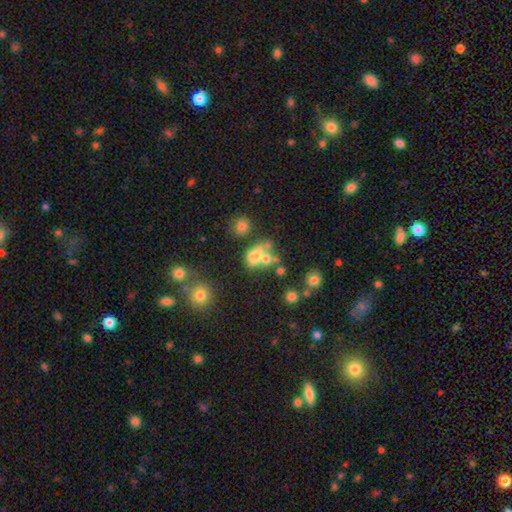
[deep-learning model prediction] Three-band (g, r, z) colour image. It shows a smooth galaxy with no disk features (56%) that is in between round and cigar-shaped (64%). Merging: merger (50%).